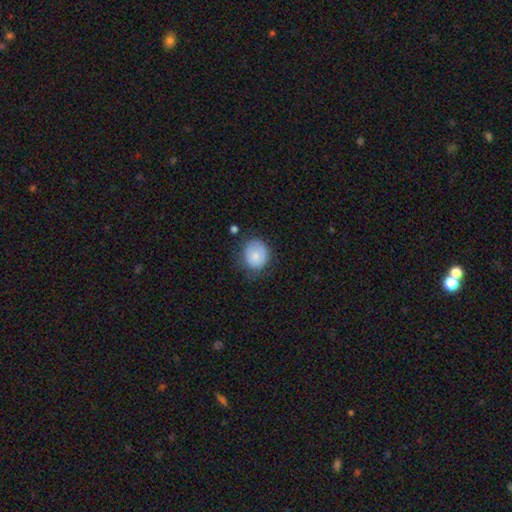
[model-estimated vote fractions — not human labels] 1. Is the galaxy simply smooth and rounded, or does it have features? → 79% smooth, 13% featured or disk, 8% star or artifact.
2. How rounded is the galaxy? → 71% round, 28% in between, 1% cigar-shaped.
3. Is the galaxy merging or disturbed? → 60% none, 28% minor disturbance, 10% major disturbance, 2% merger.